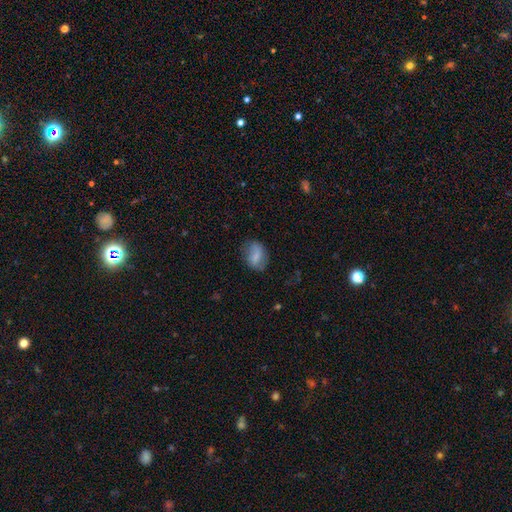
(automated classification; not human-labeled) A smooth galaxy with no disk features (67%) that is in between round and cigar-shaped (71%). Merging: none (68%).